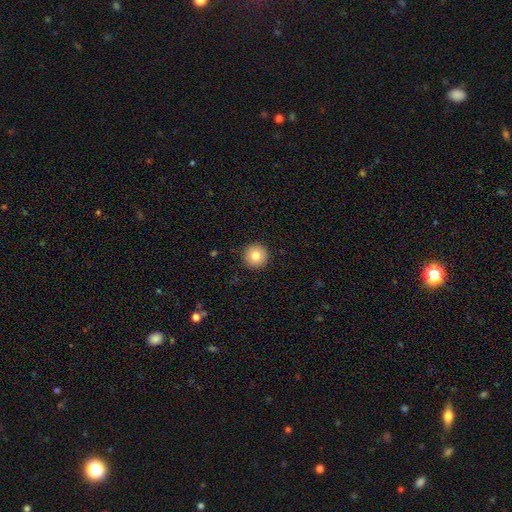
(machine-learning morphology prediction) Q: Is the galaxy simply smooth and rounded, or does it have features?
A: smooth — 81%.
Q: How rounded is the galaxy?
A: round — 96%.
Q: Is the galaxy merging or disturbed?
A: none — 92%.